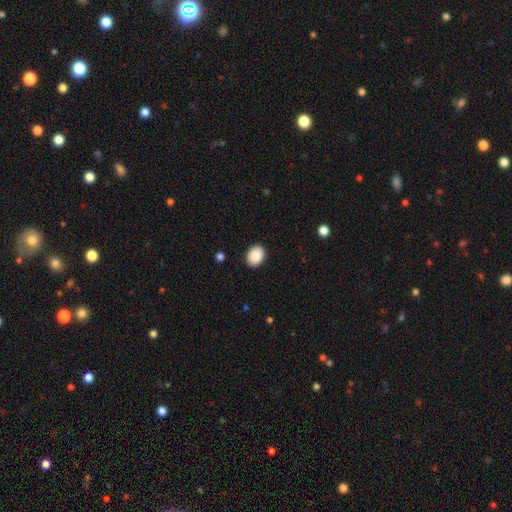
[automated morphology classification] Smooth or featured? Predicted: smooth (p=0.90). How rounded? Predicted: in between (p=0.70). Merging? Predicted: none (p=0.90).